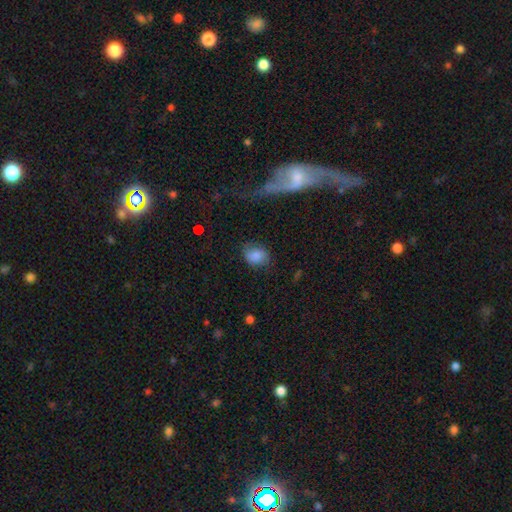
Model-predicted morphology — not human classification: A smooth galaxy with no disk features (80%) that is in between round and cigar-shaped (60%). Merging: none (66%).